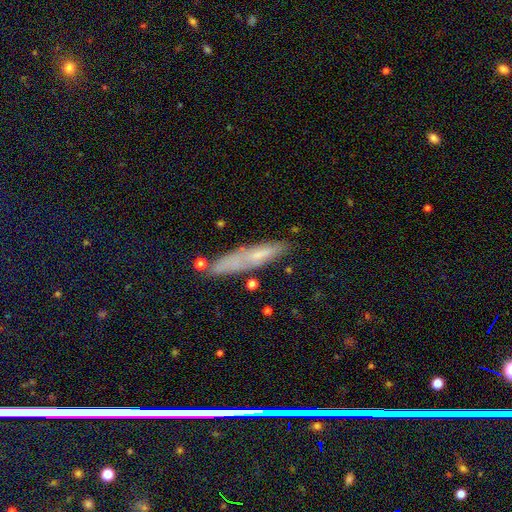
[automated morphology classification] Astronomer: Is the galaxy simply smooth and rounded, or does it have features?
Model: smooth — 58%.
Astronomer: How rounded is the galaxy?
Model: cigar-shaped — 83%.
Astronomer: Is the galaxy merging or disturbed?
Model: none — 69%.